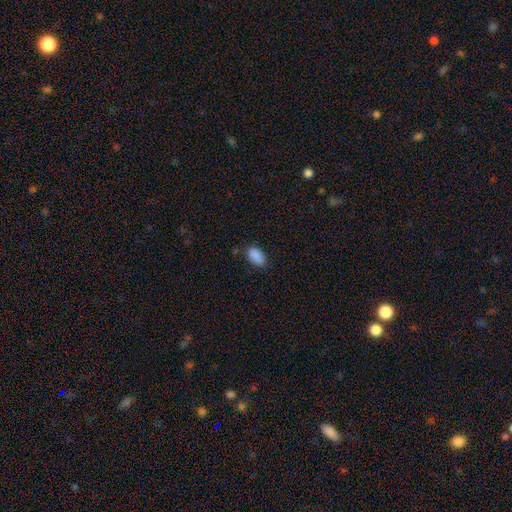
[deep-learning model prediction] Smooth or featured: smooth — 89% (star or artifact — 8%)
How rounded: in between — 93% (round — 5%)
Merging: none — 78% (minor disturbance — 17%)